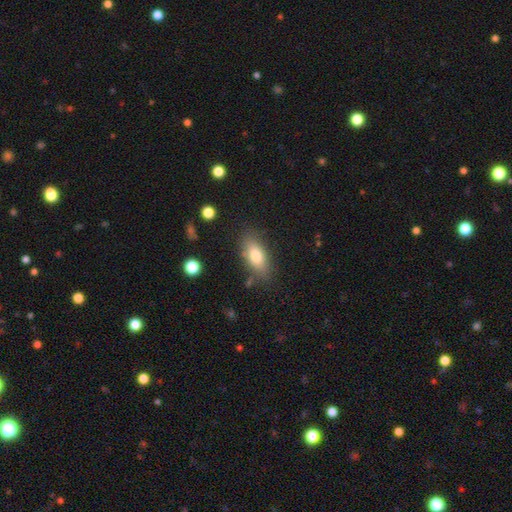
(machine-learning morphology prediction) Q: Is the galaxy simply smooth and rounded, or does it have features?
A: smooth — 77%.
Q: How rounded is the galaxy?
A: in between — 82%.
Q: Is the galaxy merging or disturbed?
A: none — 80%.